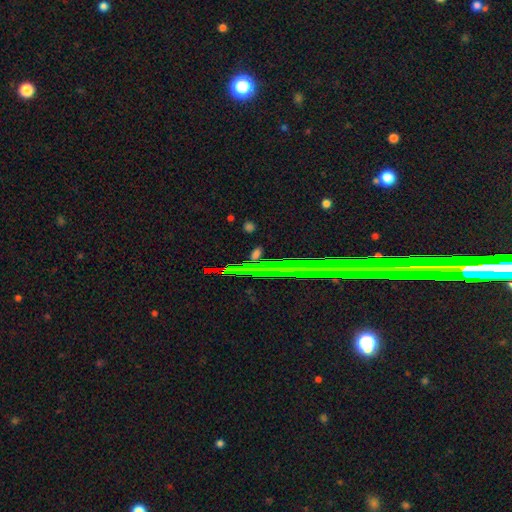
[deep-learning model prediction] Morphology: type=star or artifact (64%).